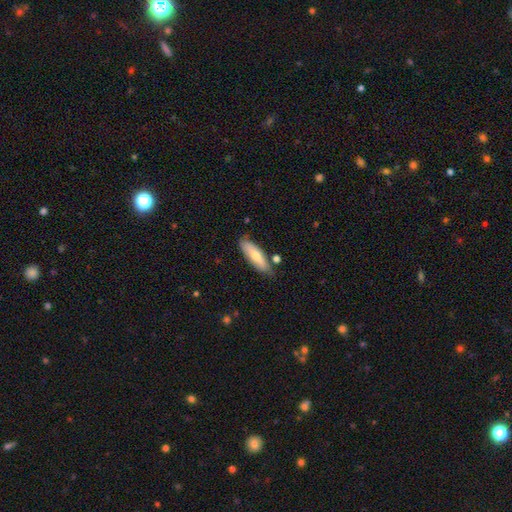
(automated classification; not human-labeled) smooth-or-featured: smooth: 66% | featured or disk: 28% | star or artifact: 6%
  how-rounded: cigar-shaped: 49% (tied) | in between: 49% (tied) | round: 2%
  merging: none: 77% | minor disturbance: 16% | merger: 4% | major disturbance: 3%